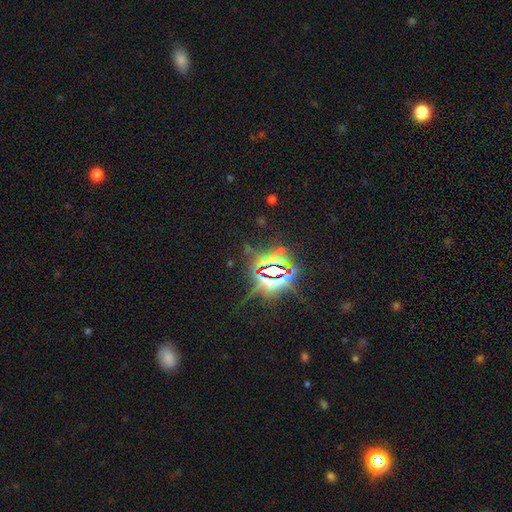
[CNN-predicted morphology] A star or artifact, not a galaxy (84%).

Vote fractions:
- Smooth or featured? star or artifact: 84% / smooth: 8% / featured or disk: 8%